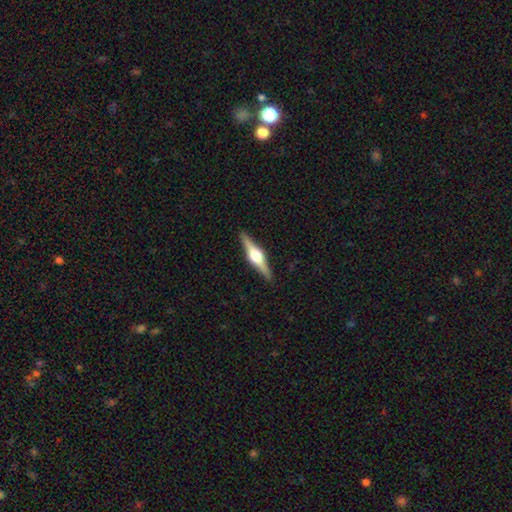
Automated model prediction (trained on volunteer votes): Morphology: type=featured or disk (77%); edge-on=yes (98%); edge-on bulge=rounded (95%); merging=none (91%).